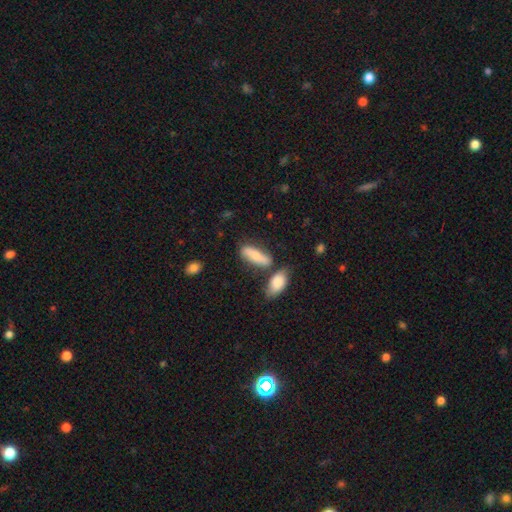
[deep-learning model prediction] Smooth or featured: smooth — 72% (featured or disk — 21%)
How rounded: in between — 60% (cigar-shaped — 37%)
Merging: none — 57% (merger — 20%)